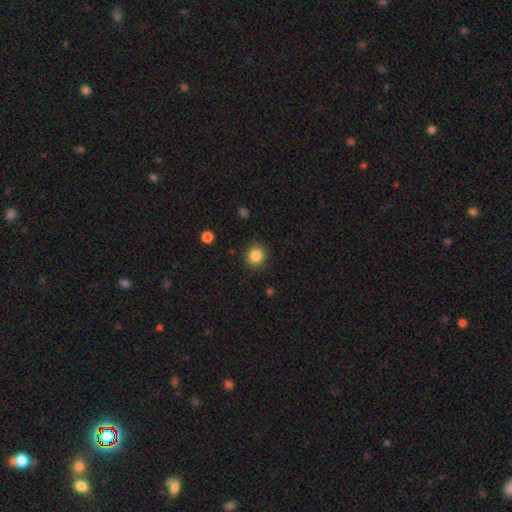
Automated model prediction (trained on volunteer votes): Smooth or featured: smooth — 86% (star or artifact — 10%)
How rounded: round — 88% (in between — 11%)
Merging: none — 89% (minor disturbance — 7%)